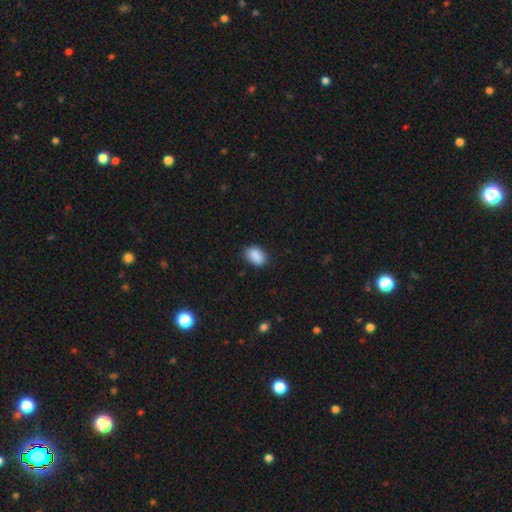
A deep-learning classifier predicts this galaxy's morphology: A smooth galaxy with no disk features (89%) that is in between round and cigar-shaped (88%). Merging: none (85%).